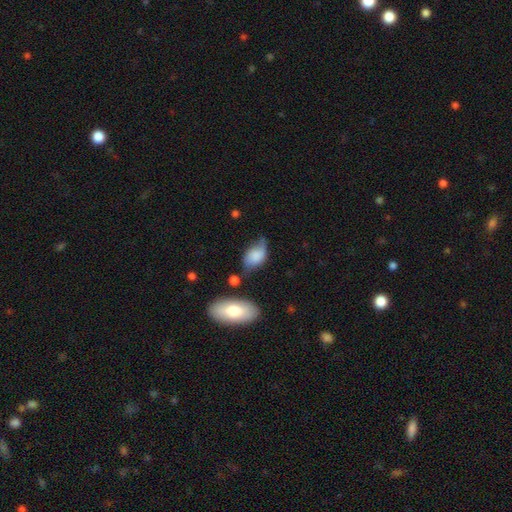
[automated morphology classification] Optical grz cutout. It shows a smooth galaxy with no disk features (71%) that is in between round and cigar-shaped (89%). Merging: minor disturbance (41%).